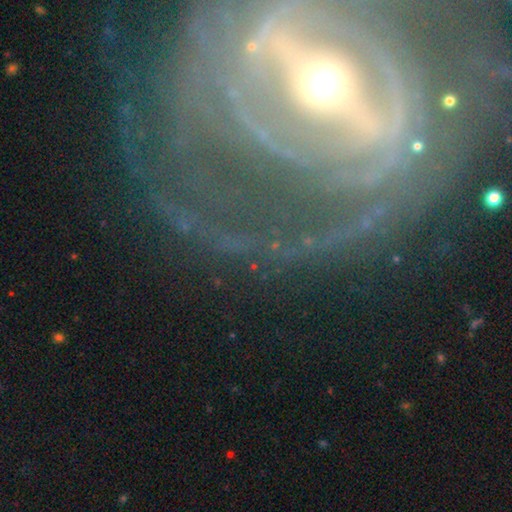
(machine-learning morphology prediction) This appears to be a featured or disk galaxy (86%) with a strong bar (68%), tight (61%) spiral arms (82%) and a moderate central bulge (57%). Merging: none (70%).